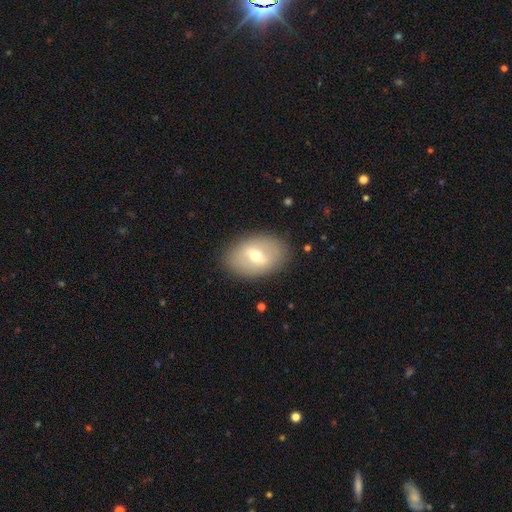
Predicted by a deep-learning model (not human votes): Smooth or featured?
  - smooth: 52% *
  - featured or disk: 40%
  - star or artifact: 8%
How rounded?
  - in between: 80% *
  - round: 19%
  - cigar-shaped: 1%
Merging?
  - none: 86% *
  - minor disturbance: 10%
  - major disturbance: 3%
  - merger: 1%